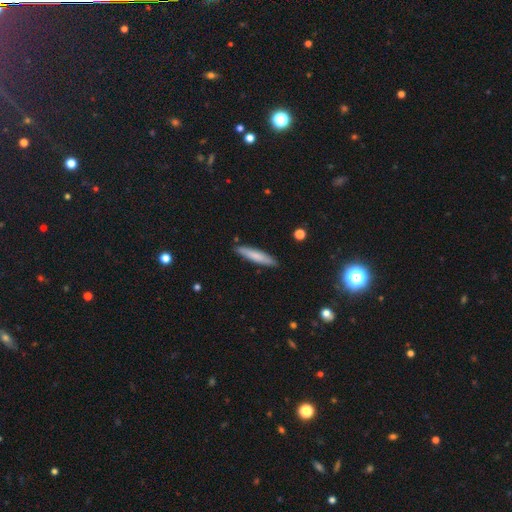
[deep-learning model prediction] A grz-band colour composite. It shows a smooth galaxy with no disk features (74%) that is cigar-shaped (90%). Merging: none (88%).